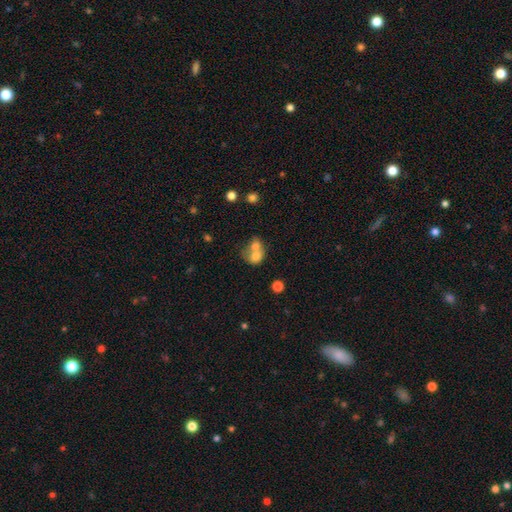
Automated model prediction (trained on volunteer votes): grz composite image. It shows a smooth galaxy with no disk features (70%) that is round (55%). Merging: merger (70%).